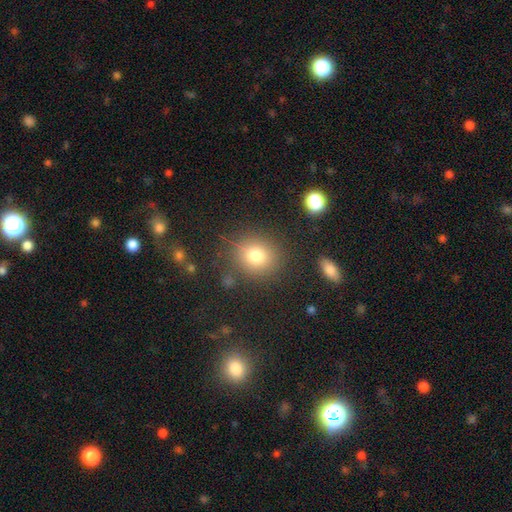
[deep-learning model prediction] Smooth or featured? smooth (78%)
How rounded? round (80%)
Merging? none (83%)